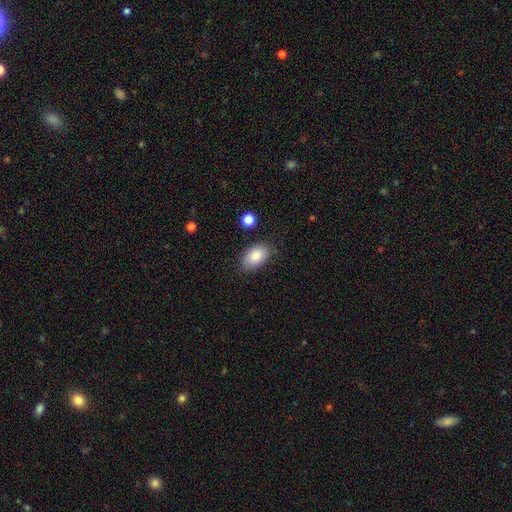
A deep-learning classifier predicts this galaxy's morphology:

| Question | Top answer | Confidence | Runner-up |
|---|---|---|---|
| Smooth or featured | smooth | 82% | featured or disk (11%) |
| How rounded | in between | 92% | round (6%) |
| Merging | none | 79% | minor disturbance (15%) |